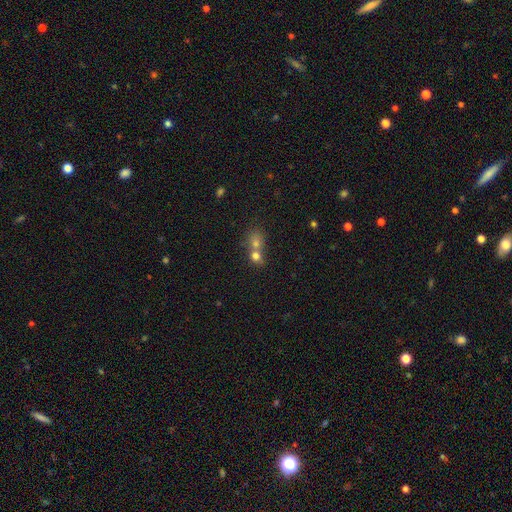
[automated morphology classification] A smooth galaxy with no disk features (73%) that is round (67%).

Vote fractions:
- Smooth or featured? smooth: 73% / star or artifact: 14% / featured or disk: 13%
- How rounded? round: 67% / in between: 32% / cigar-shaped: 1%
- Merging? merger: 66% / none: 25% / minor disturbance: 6% / major disturbance: 3%